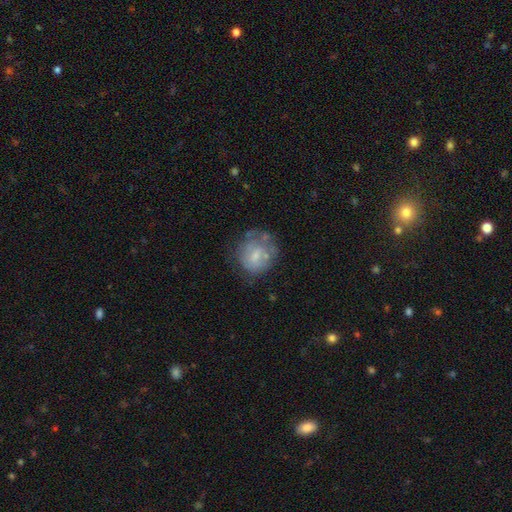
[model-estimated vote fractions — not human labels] Smooth or featured: smooth — 49% (featured or disk — 43%)
Merging: none — 51% (minor disturbance — 26%)